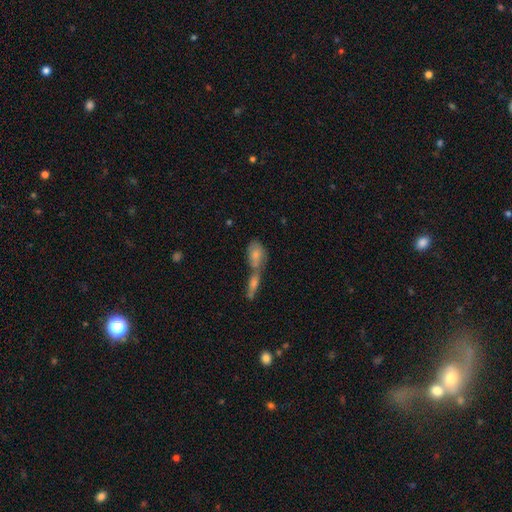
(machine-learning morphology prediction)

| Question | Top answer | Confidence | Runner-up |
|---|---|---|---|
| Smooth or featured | smooth | 71% | featured or disk (21%) |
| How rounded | in between | 82% | round (9%) |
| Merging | merger | 64% | none (24%) |